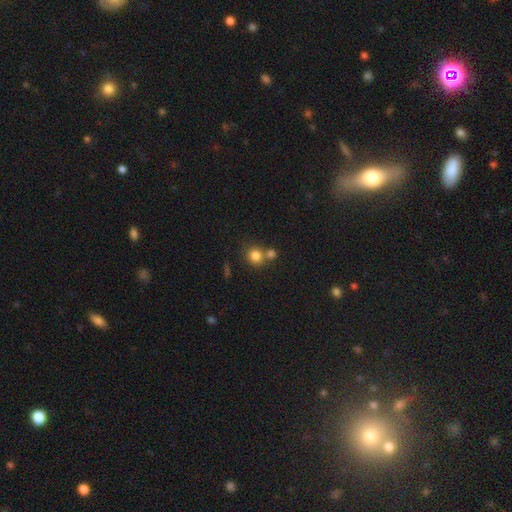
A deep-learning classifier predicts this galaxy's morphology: A smooth galaxy with no disk features (81%) that is round (85%).

Vote fractions:
- Smooth or featured? smooth: 81% / star or artifact: 12% / featured or disk: 7%
- How rounded? round: 85% / in between: 14% / cigar-shaped: 1%
- Merging? none: 55% / merger: 34% / minor disturbance: 8% / major disturbance: 3%